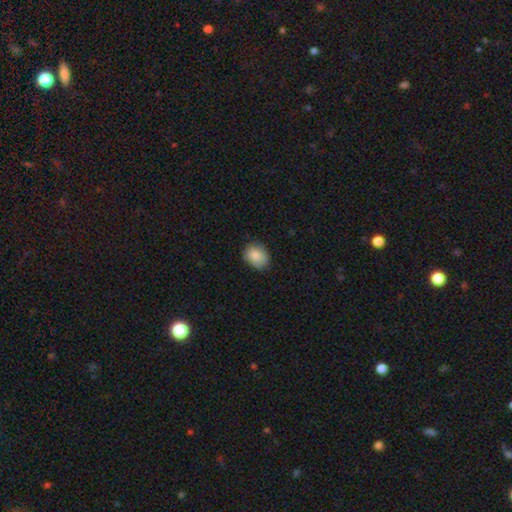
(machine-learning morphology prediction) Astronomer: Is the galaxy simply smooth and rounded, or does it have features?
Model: smooth — 86%.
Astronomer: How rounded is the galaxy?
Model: in between — 56% (runner-up: round, 43%).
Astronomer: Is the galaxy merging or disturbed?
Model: none — 77%.